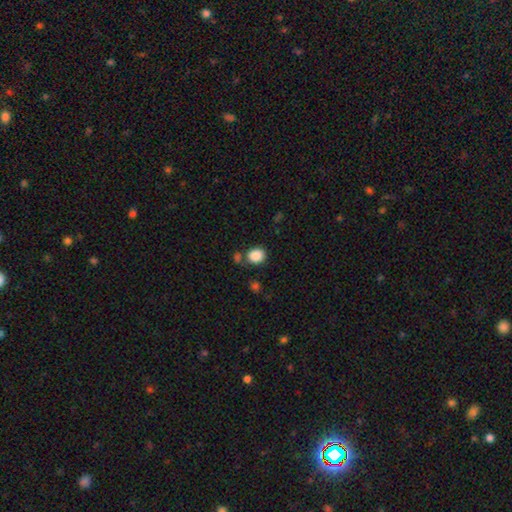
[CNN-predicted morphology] smooth_or_featured: smooth (p=0.87) [alt: star or artifact p=0.09]
how_rounded: round (p=0.65) [alt: in between p=0.34]
merging: none (p=0.70) [alt: minor disturbance p=0.14]